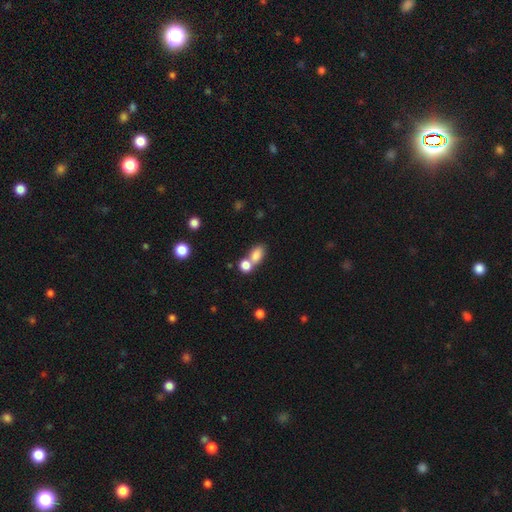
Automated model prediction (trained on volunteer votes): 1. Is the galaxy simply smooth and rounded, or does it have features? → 82% smooth, 10% star or artifact, 8% featured or disk.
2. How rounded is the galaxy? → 79% in between, 19% round, 2% cigar-shaped.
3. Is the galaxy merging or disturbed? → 50% merger, 37% none, 9% minor disturbance, 4% major disturbance.